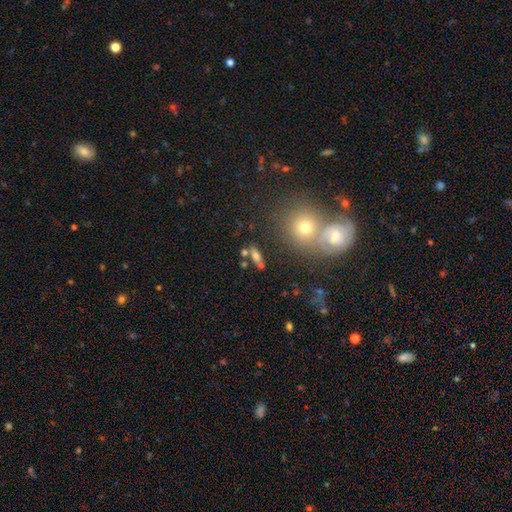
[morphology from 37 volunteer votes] Smooth or featured? 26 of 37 (70%) said smooth. How rounded? 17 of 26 (65%) said in between. Merging? 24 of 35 (69%) said none.